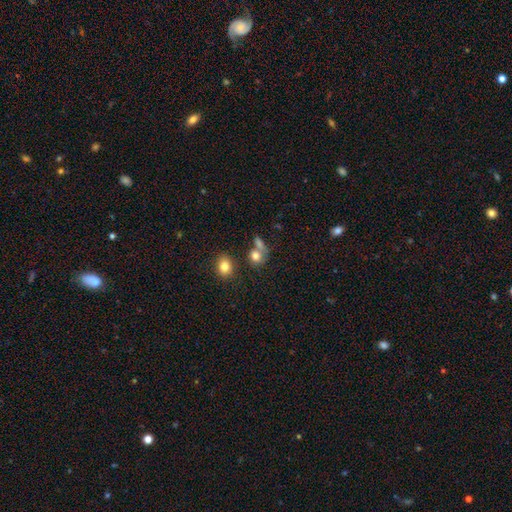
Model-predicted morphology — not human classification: This is likely a smooth galaxy (79%). How rounded: likely round (62%). Merging: possibly none (49%).